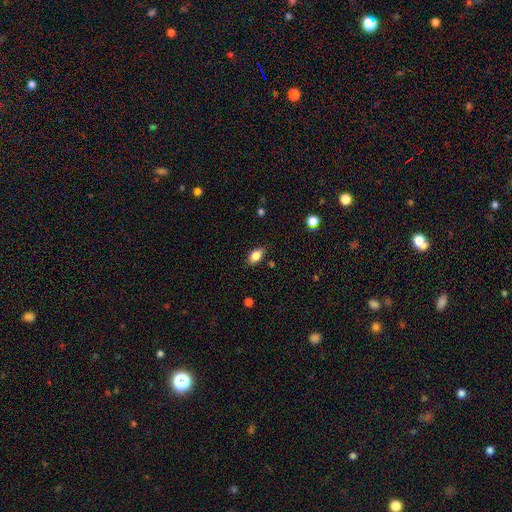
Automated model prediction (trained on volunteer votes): Smooth or featured?
  - smooth: 83% *
  - star or artifact: 9%
  - featured or disk: 8%
How rounded?
  - in between: 87% *
  - round: 8%
  - cigar-shaped: 4%
Merging?
  - none: 82% *
  - minor disturbance: 13%
  - major disturbance: 3%
  - merger: 1%